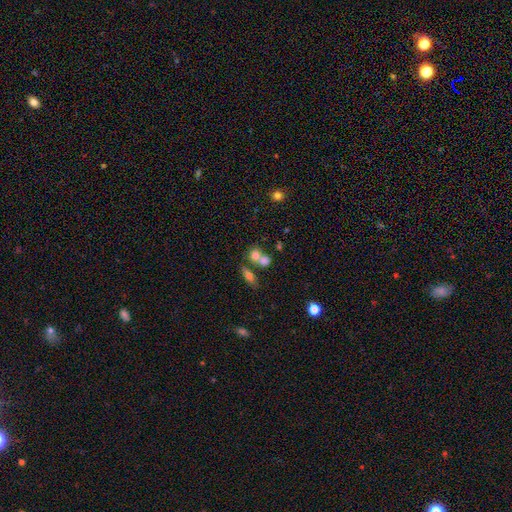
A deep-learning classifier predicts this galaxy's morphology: The model was most divided on "merging": merger: 48%, none: 39%, minor disturbance: 8%, major disturbance: 4%. More confident: smooth or featured — smooth (73%); how rounded — round (62%).